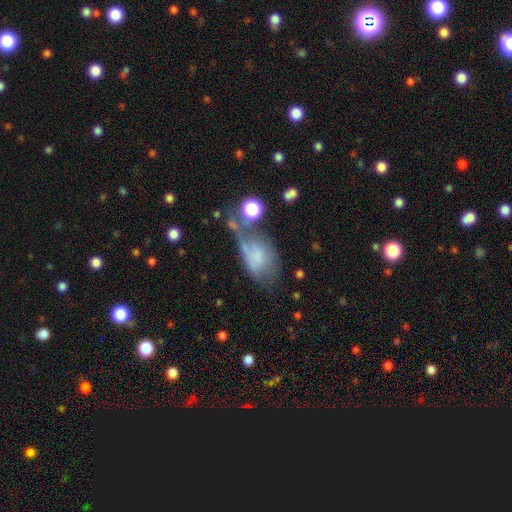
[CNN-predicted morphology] type=smooth (55%); roundness=in between (83%); merging=major disturbance (39%).